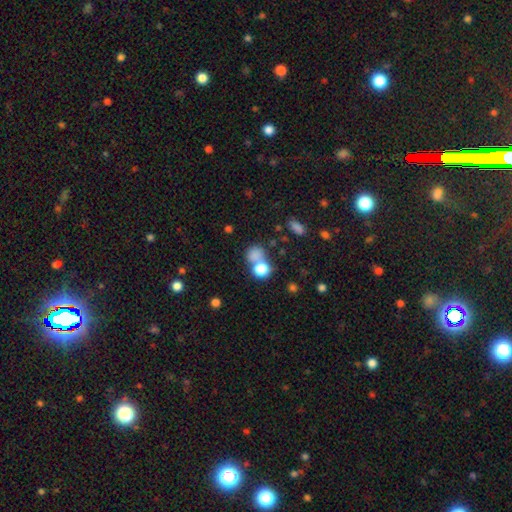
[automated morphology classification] smooth-or-featured: smooth: 76% | star or artifact: 16% | featured or disk: 8%
  how-rounded: round: 70% | in between: 28% | cigar-shaped: 1%
  merging: none: 41% | merger: 40% | minor disturbance: 11% | major disturbance: 8%